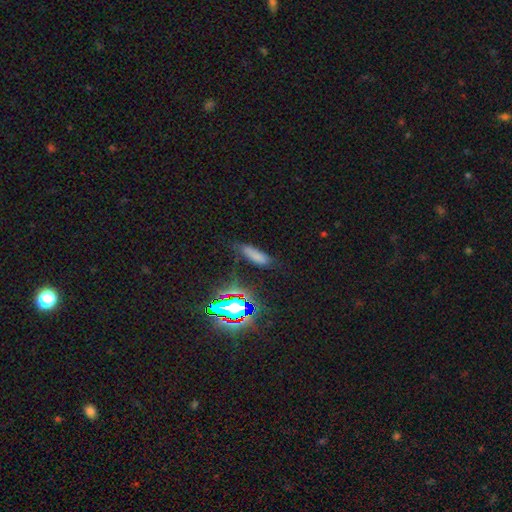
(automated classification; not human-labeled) This is likely a smooth galaxy (68%). How rounded: possibly in between (50%). Merging: likely none (68%).